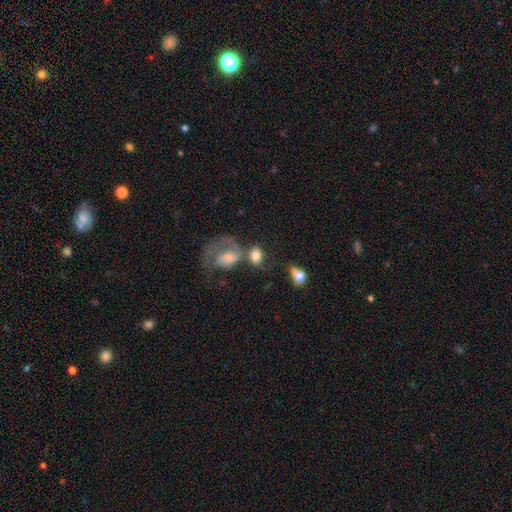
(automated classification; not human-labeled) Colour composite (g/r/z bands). It shows a smooth galaxy with no disk features (72%) that is in between round and cigar-shaped (60%). Merging: none (37%).